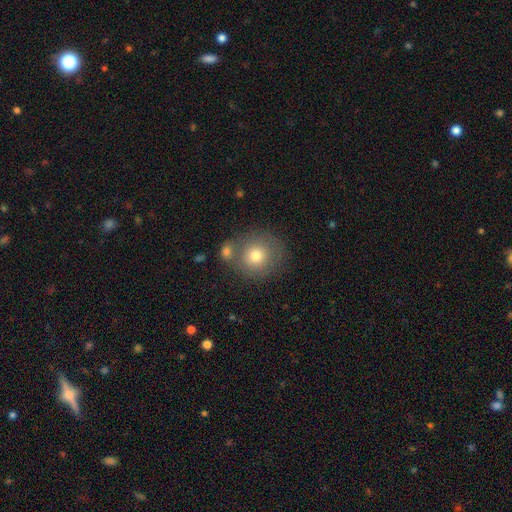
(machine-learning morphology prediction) The model was most divided on "merging": none: 64%, merger: 20%, minor disturbance: 11%, major disturbance: 5%. More confident: how rounded — round (91%); smooth or featured — smooth (74%).